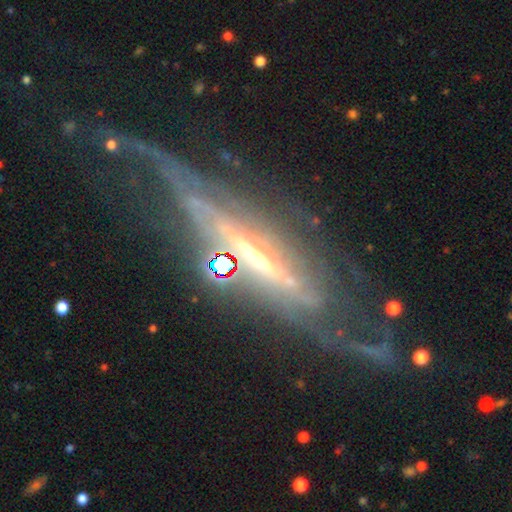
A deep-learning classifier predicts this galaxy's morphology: A featured or disk galaxy (83%) viewed edge-on (67%) with a rounded central bulge (45%).

Vote fractions:
- Smooth or featured? featured or disk: 83% / smooth: 9% / star or artifact: 8%
- Edge-on disk? yes: 67% / no: 33%
- Edge-on bulge? rounded: 45% / none: 36% / boxy: 19%
- Merging? none: 46% / major disturbance: 29% / minor disturbance: 21% / merger: 5%